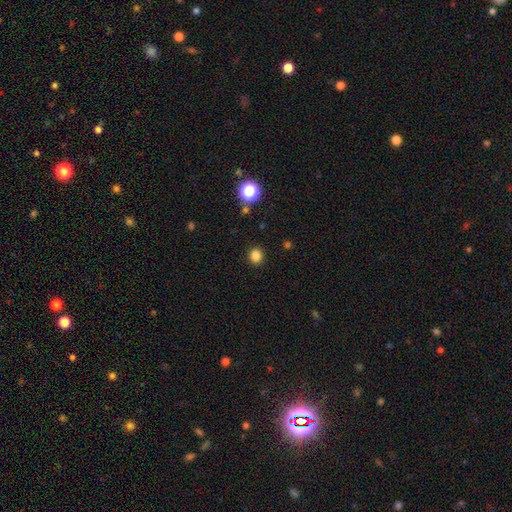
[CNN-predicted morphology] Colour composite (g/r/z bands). It shows a smooth galaxy with no disk features (83%) that is round (83%). Merging: none (91%).